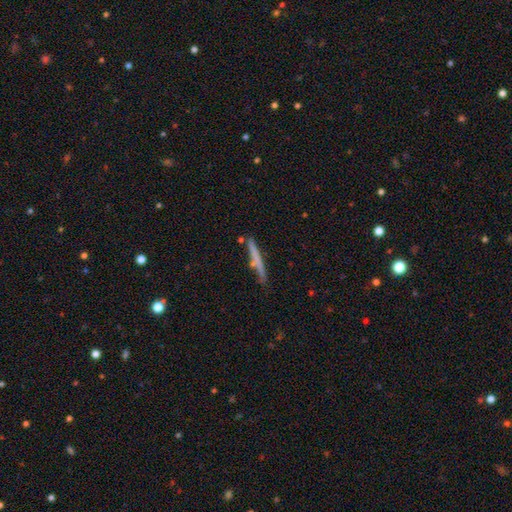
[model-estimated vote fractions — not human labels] Smooth or featured? Predicted: smooth (p=0.48). Merging? Predicted: none (p=0.80).